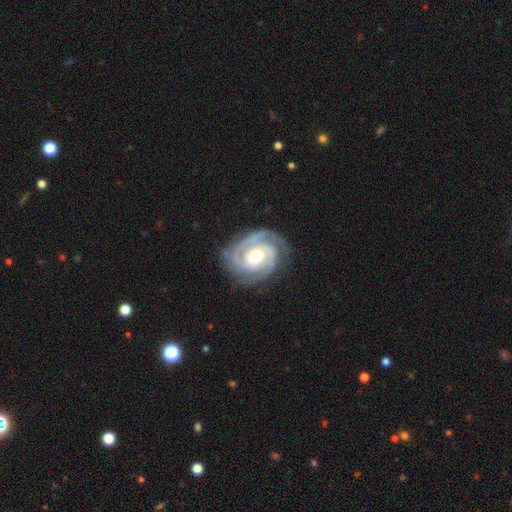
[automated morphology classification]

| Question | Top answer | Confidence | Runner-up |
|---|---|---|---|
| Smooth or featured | featured or disk | 92% | smooth (5%) |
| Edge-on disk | no | 98% | yes (2%) |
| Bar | no | 61% | weak (28%) |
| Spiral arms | yes | 98% | no (2%) |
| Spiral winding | tight | 69% | medium (28%) |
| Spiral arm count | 2 | 56% | 3 (29%) |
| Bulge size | moderate | 68% | small (21%) |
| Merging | none | 80% | minor disturbance (14%) |